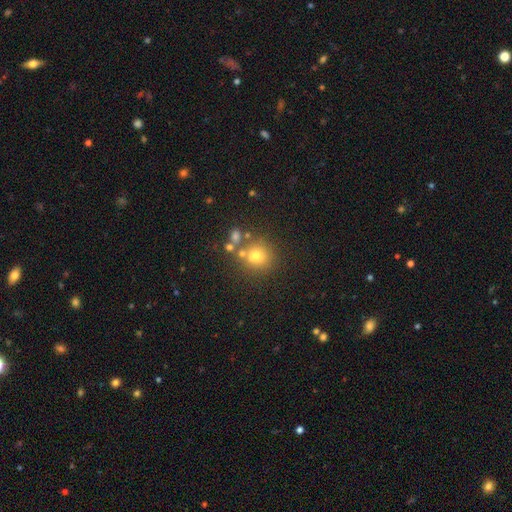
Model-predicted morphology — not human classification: Smooth or featured: smooth — 72% (star or artifact — 17%)
How rounded: round — 87% (in between — 12%)
Merging: none — 67% (merger — 17%)